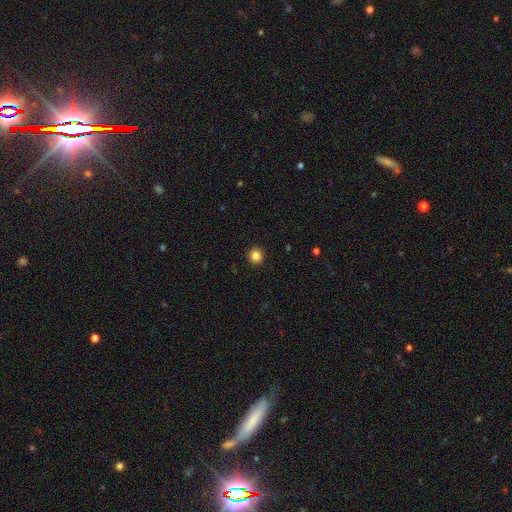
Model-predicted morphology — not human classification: smooth 85%, star or artifact 11%, featured or disk 4%. Down the decision tree: how rounded — round (91%); merging — none (93%).